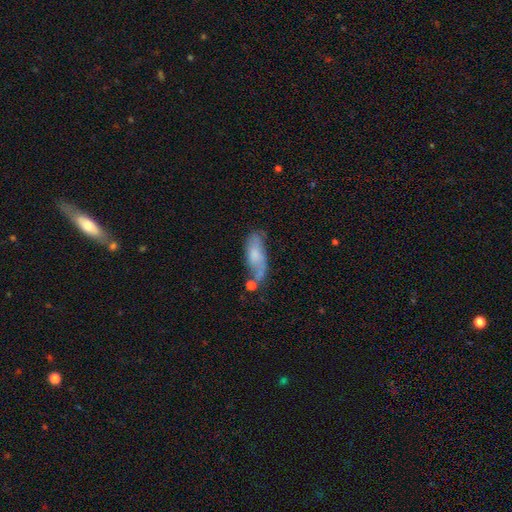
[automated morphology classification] Smooth or featured?
  - smooth: 57% *
  - featured or disk: 36%
  - star or artifact: 8%
How rounded?
  - in between: 74% *
  - cigar-shaped: 23%
  - round: 3%
Merging?
  - none: 37% *
  - minor disturbance: 28%
  - merger: 19%
  - major disturbance: 17%